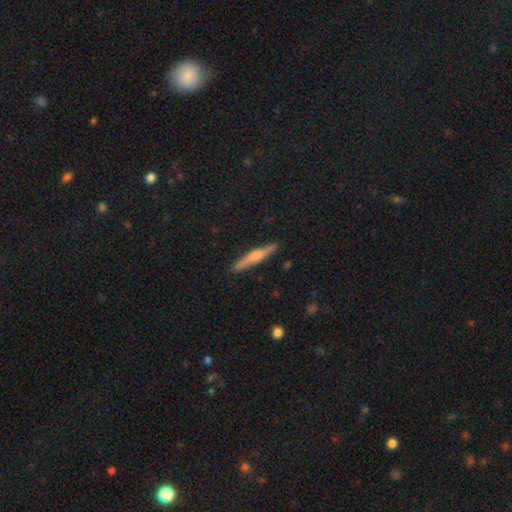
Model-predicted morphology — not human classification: smooth-or-featured: featured or disk: 51% | smooth: 42% | star or artifact: 7%
  disk-edge-on: yes: 96% | no: 4%
  merging: none: 90% | minor disturbance: 7% | major disturbance: 1% | merger: 1%